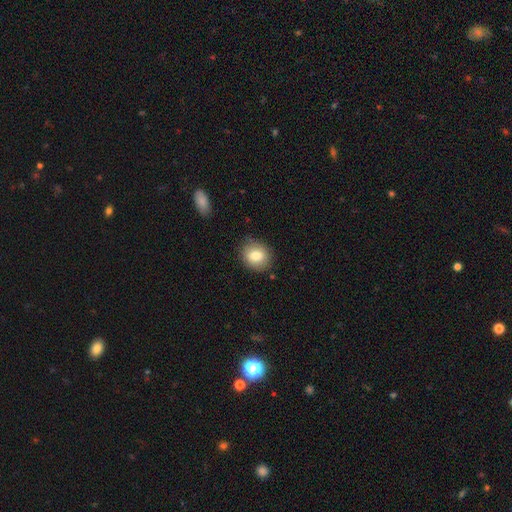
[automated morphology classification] smooth_or_featured: smooth (p=0.81) [alt: featured or disk p=0.10]
how_rounded: round (p=0.64) [alt: in between p=0.35]
merging: none (p=0.84) [alt: minor disturbance p=0.12]